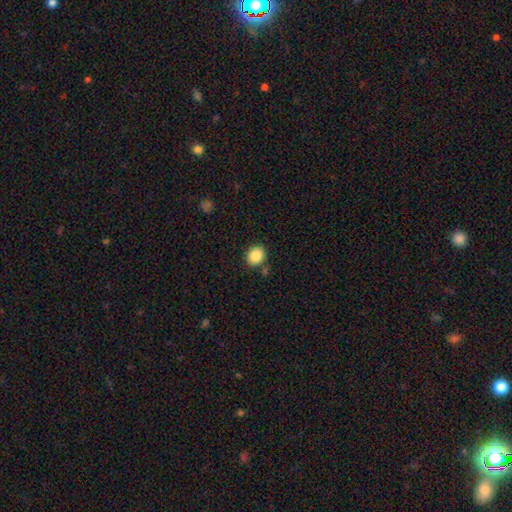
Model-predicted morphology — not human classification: smooth-or-featured: smooth: 87% | star or artifact: 8% | featured or disk: 5%
  how-rounded: round: 68% | in between: 31% | cigar-shaped: 1%
  merging: none: 83% | minor disturbance: 10% | merger: 5% | major disturbance: 3%